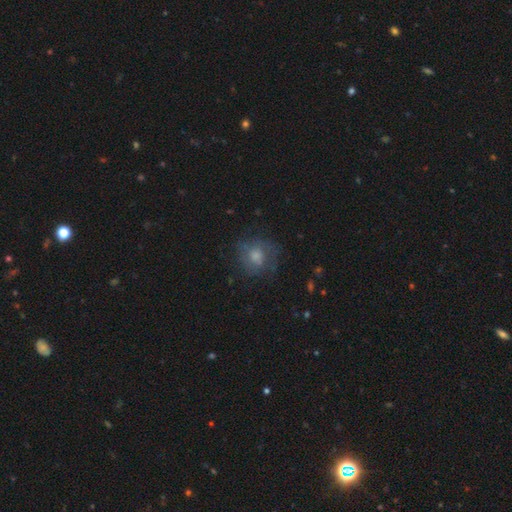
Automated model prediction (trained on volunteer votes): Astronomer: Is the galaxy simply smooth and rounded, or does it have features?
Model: smooth — 48% (runner-up: featured or disk, 35%).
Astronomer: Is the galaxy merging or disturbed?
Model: none — 71%.